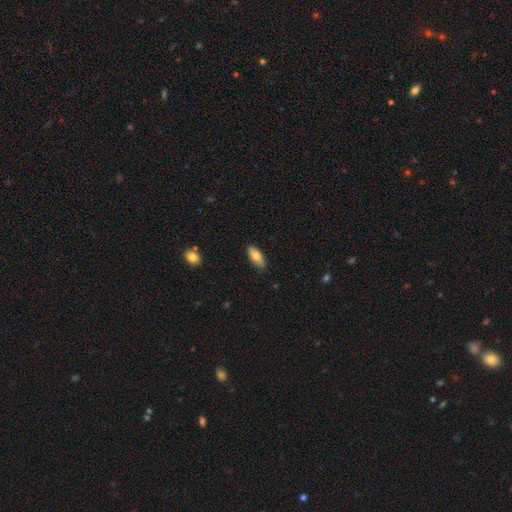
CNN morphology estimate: type=smooth (78%); roundness=in between (78%); merging=none (86%).